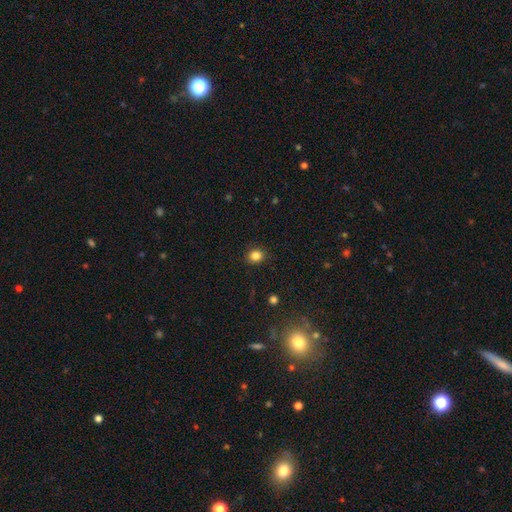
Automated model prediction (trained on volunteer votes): smooth 84%, star or artifact 12%, featured or disk 4%. Down the decision tree: how rounded — round (74%); merging — none (89%).